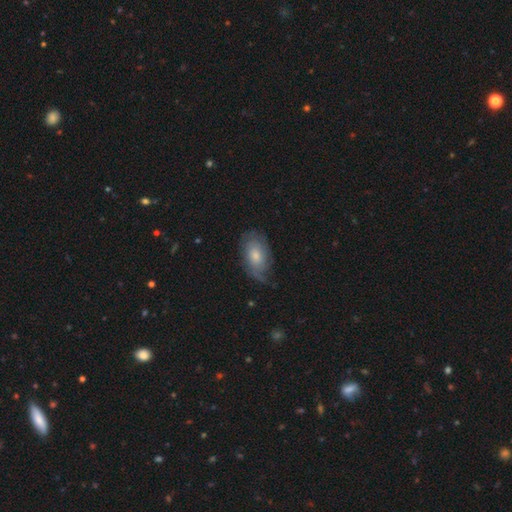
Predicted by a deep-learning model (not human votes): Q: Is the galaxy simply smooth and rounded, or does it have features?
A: smooth — 47%.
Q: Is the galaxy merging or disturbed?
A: none — 61%.